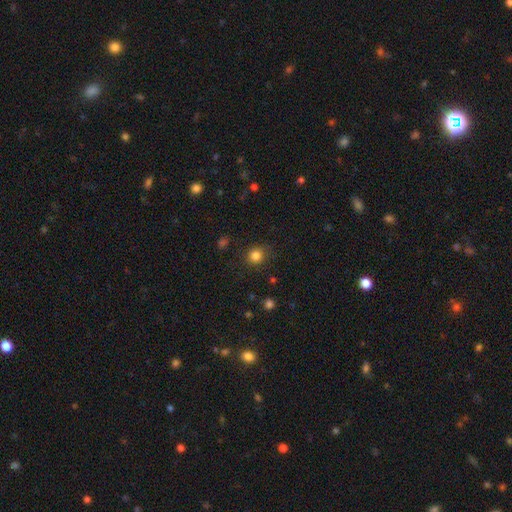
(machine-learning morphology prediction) smooth 83%, star or artifact 13%, featured or disk 5%. Down the decision tree: how rounded — round (86%); merging — none (85%).